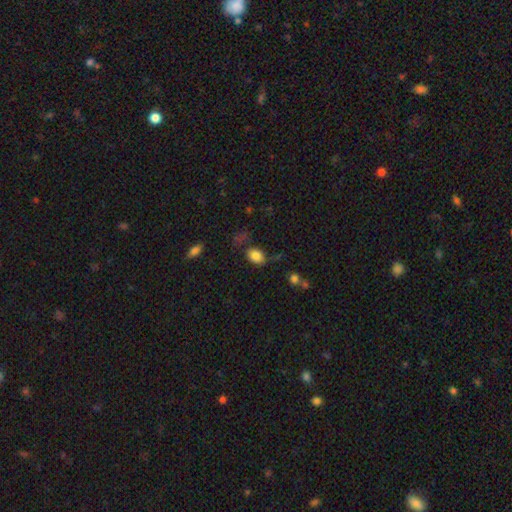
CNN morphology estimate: smooth-or-featured: smooth: 84% | star or artifact: 9% | featured or disk: 7%
  how-rounded: in between: 77% | round: 22% | cigar-shaped: 1%
  merging: none: 64% | minor disturbance: 22% | major disturbance: 9% | merger: 5%